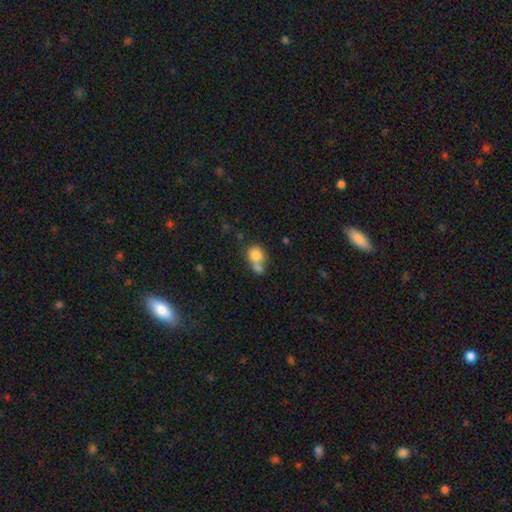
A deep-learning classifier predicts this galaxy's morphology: smooth_or_featured: smooth (p=0.80) [alt: featured or disk p=0.10]
how_rounded: round (p=0.70) [alt: in between p=0.29]
merging: merger (p=0.54) [alt: none p=0.32]